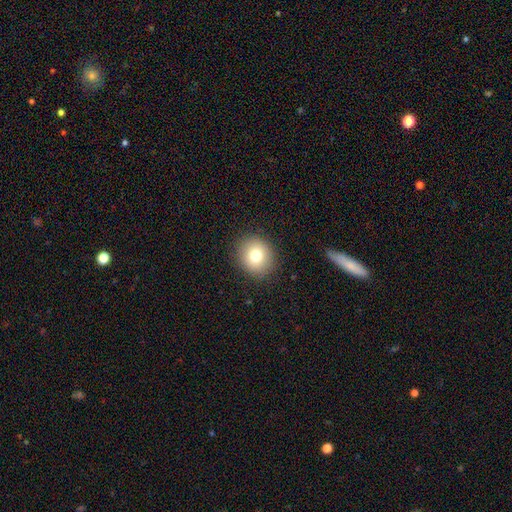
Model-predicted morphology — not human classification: Smooth or featured? smooth (77%)
How rounded? round (82%)
Merging? none (89%)